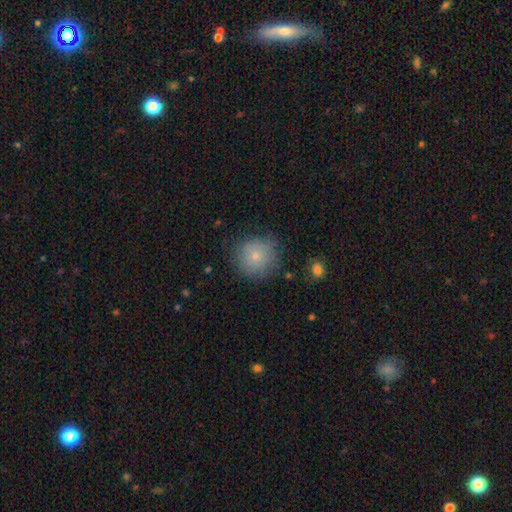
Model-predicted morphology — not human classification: Smooth or featured? smooth (76%)
How rounded? round (92%)
Merging? none (76%)